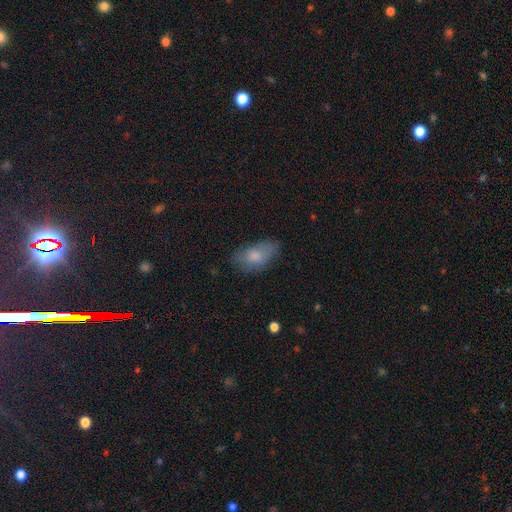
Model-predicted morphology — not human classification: Smooth or featured: smooth — 77% (featured or disk — 16%)
How rounded: in between — 92% (round — 5%)
Merging: none — 64% (minor disturbance — 26%)